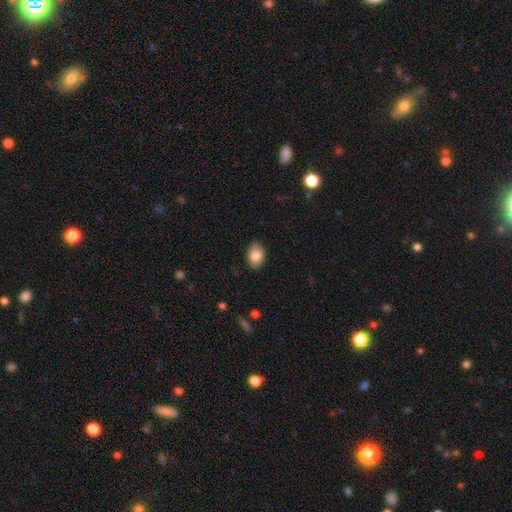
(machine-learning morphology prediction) Smooth or featured? Predicted: smooth (p=0.83). How rounded? Predicted: in between (p=0.86). Merging? Predicted: none (p=0.87).